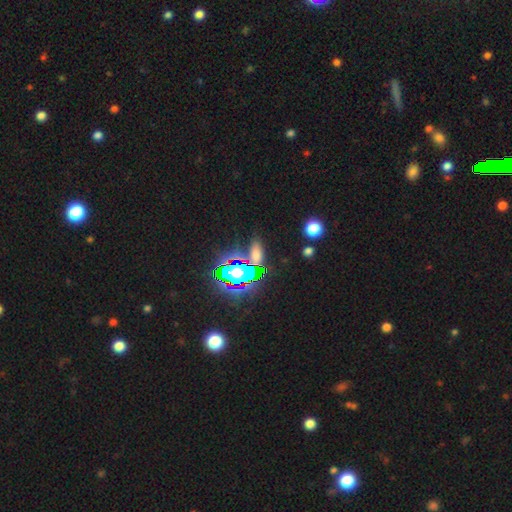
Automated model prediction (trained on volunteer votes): smooth_or_featured: star or artifact (p=0.48) [alt: smooth p=0.39]